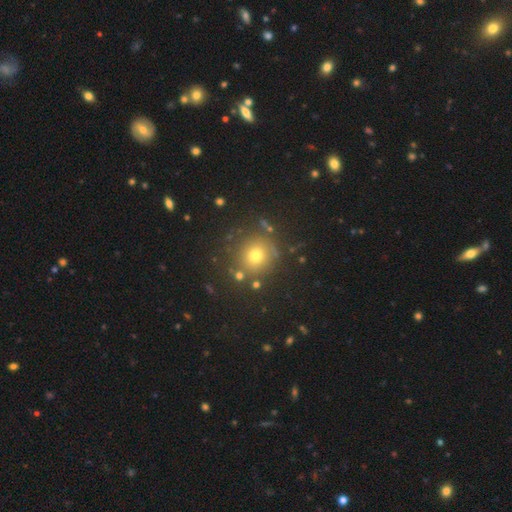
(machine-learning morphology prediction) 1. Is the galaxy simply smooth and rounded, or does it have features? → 69% smooth, 20% star or artifact, 10% featured or disk.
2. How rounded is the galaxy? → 91% round, 8% in between, 1% cigar-shaped.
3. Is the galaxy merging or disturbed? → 82% none, 10% minor disturbance, 5% merger, 4% major disturbance.